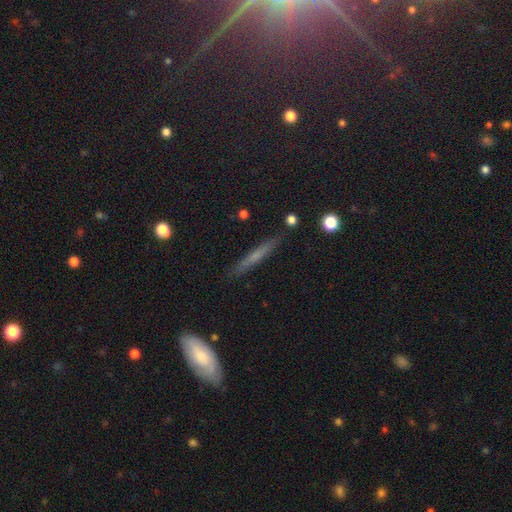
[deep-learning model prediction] Smooth or featured? smooth (49%)
Merging? none (87%)